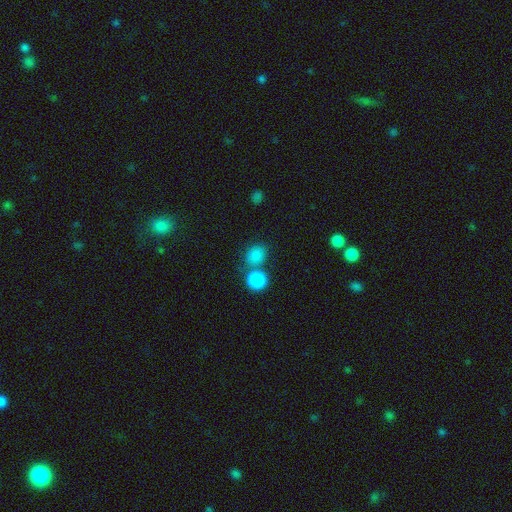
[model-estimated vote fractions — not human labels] The model was most divided on "merging": none: 56%, merger: 28%, minor disturbance: 11%, major disturbance: 5%. More confident: smooth or featured — smooth (84%); how rounded — round (66%).